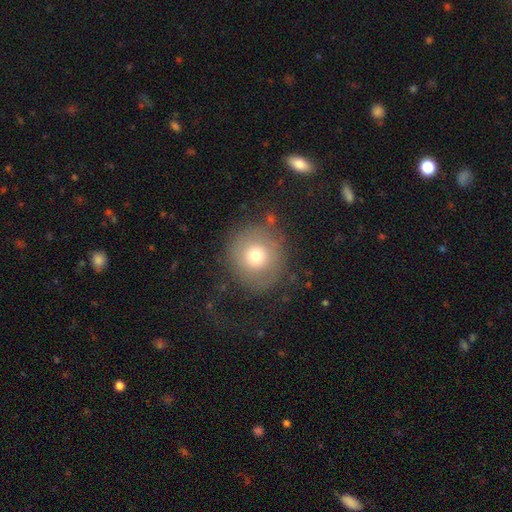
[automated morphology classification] Smooth or featured?
  - smooth: 70% *
  - featured or disk: 18%
  - star or artifact: 12%
How rounded?
  - round: 92% *
  - in between: 7%
  - cigar-shaped: 1%
Merging?
  - none: 76% *
  - minor disturbance: 13%
  - major disturbance: 8%
  - merger: 2%